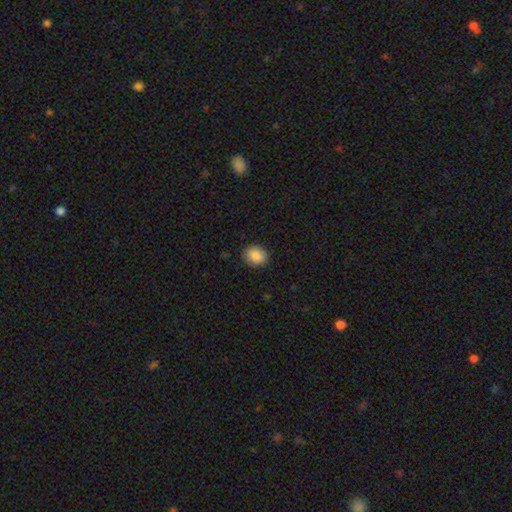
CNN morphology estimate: smooth-or-featured: smooth: 88% | star or artifact: 8% | featured or disk: 4%
  how-rounded: round: 64% | in between: 35% | cigar-shaped: 1%
  merging: none: 89% | minor disturbance: 8% | major disturbance: 2% | merger: 1%